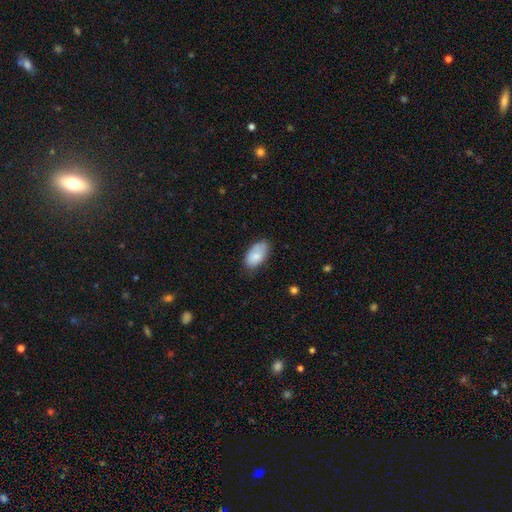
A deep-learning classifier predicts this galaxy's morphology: Q: Smooth or featured?
A: smooth (82%); runner-up: featured or disk (11%)
Q: How rounded?
A: in between (94%); runner-up: round (4%)
Q: Merging?
A: none (63%); runner-up: minor disturbance (29%)